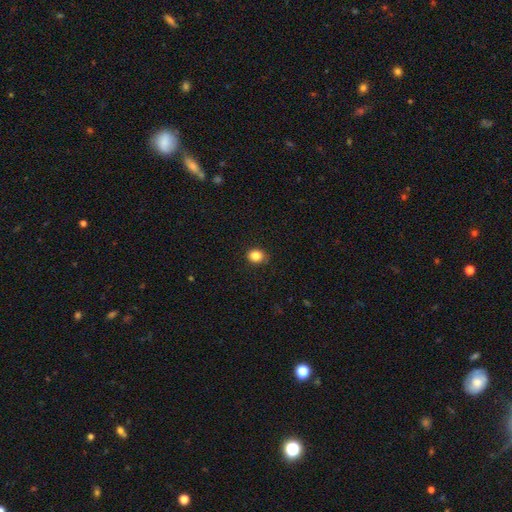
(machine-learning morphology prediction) smooth-or-featured: smooth: 85% | star or artifact: 11% | featured or disk: 5%
  how-rounded: round: 68% | in between: 31% | cigar-shaped: 1%
  merging: none: 85% | minor disturbance: 12% | major disturbance: 2% | merger: 1%